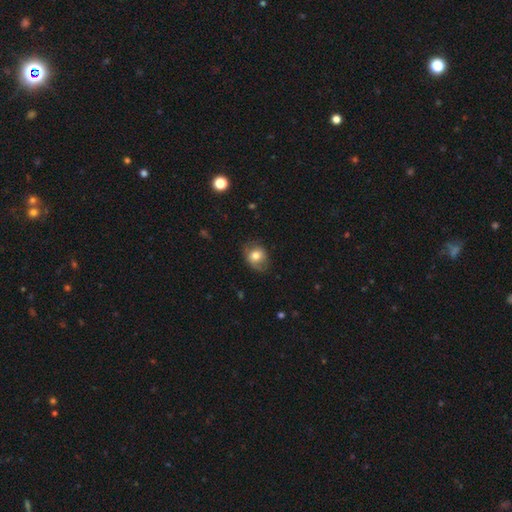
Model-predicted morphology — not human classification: Smooth or featured: smooth — 72% (featured or disk — 19%)
How rounded: round — 50% (in between — 48%)
Merging: none — 66% (minor disturbance — 25%)